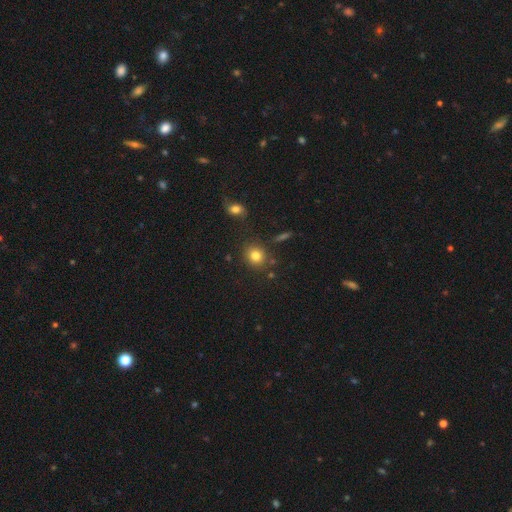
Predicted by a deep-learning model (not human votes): Morphology: type=smooth (80%); roundness=round (79%); merging=none (81%).